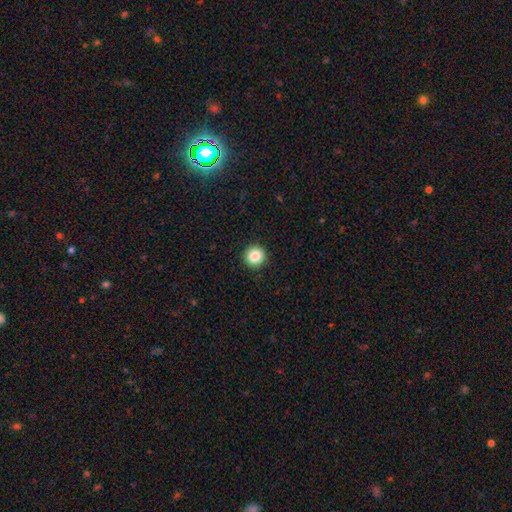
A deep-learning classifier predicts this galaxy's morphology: Smooth or featured?
  - smooth: 87% *
  - star or artifact: 10%
  - featured or disk: 4%
How rounded?
  - round: 95% *
  - in between: 4%
  - cigar-shaped: 1%
Merging?
  - none: 93% *
  - minor disturbance: 5%
  - major disturbance: 2%
  - merger: 1%